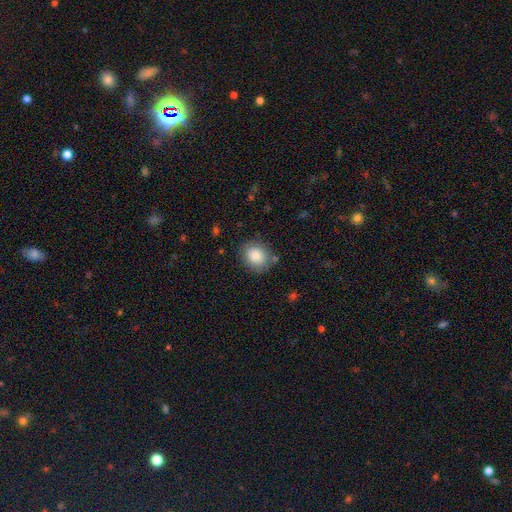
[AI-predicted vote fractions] Overall: smooth (84%). How rounded: round (68%; in between 31%). Merging: none (80%).